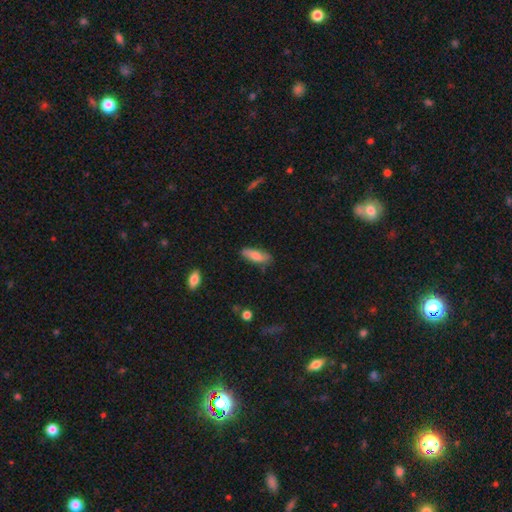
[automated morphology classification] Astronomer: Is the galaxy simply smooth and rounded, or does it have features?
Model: smooth — 76%.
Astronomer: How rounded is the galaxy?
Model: in between — 59% (runner-up: cigar-shaped, 38%).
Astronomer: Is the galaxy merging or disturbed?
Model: none — 76%.